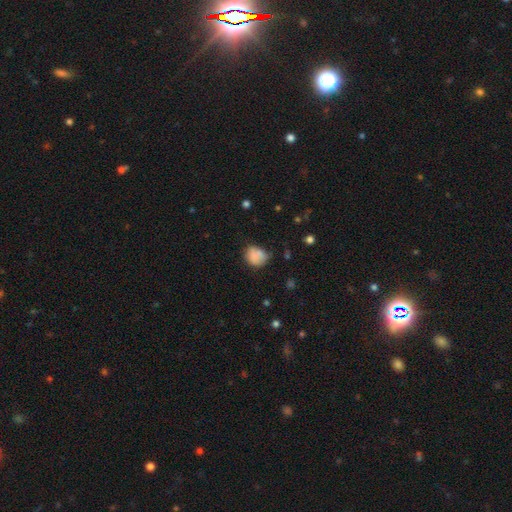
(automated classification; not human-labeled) Overall: smooth (77%). How rounded: round (60%; in between 39%). Merging: none (52%; minor disturbance 29%).